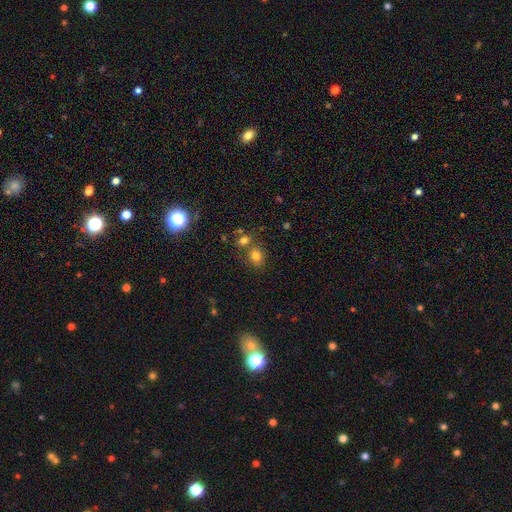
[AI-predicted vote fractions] smooth-or-featured: smooth: 77% | star or artifact: 15% | featured or disk: 7%
  how-rounded: round: 52% | in between: 47% | cigar-shaped: 1%
  merging: none: 62% | merger: 23% | minor disturbance: 11% | major disturbance: 4%